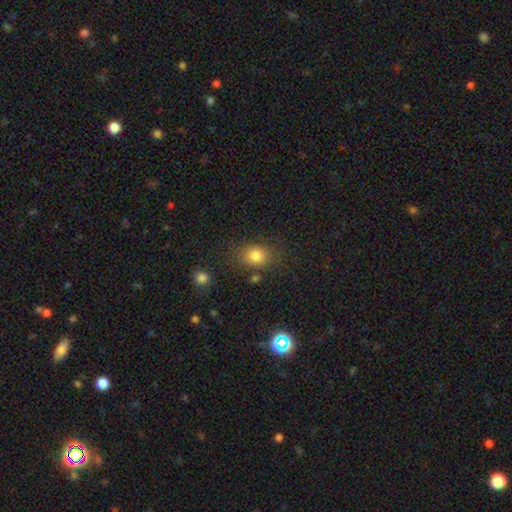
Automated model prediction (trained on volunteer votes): A smooth galaxy with no disk features (80%) that is round (50%). Merging: none (76%).